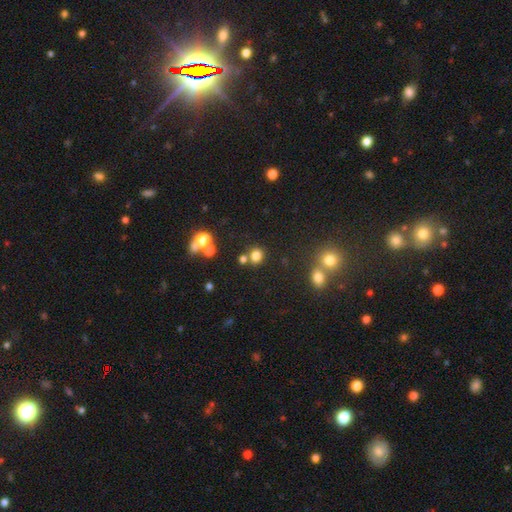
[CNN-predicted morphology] The model was most divided on "how rounded": round: 76%, in between: 23%, cigar-shaped: 1%. More confident: smooth or featured — smooth (77%); merging — none (70%).